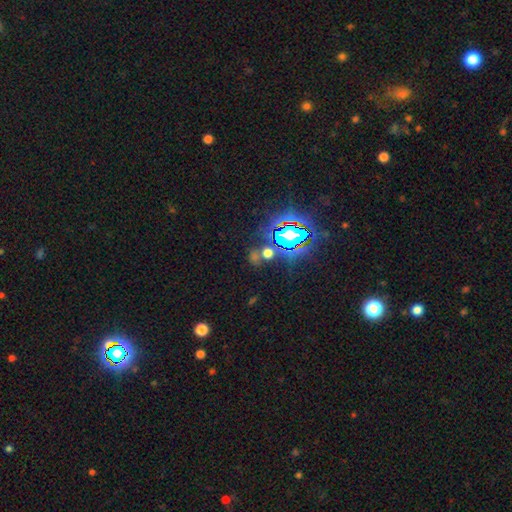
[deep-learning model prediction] Morphology: type=star or artifact (67%).